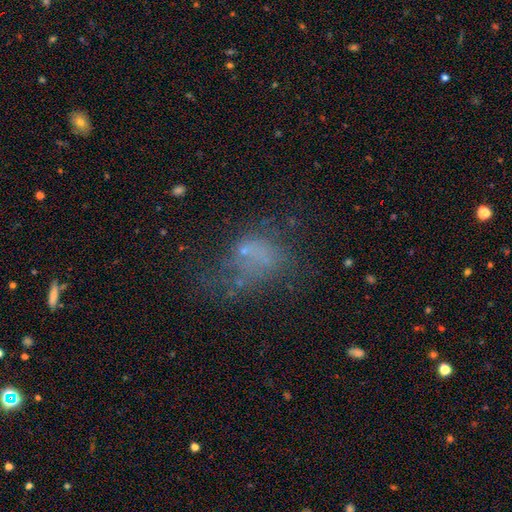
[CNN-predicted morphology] smooth_or_featured: smooth (p=0.42) [alt: featured or disk p=0.33]
merging: major disturbance (p=0.42) [alt: none p=0.32]